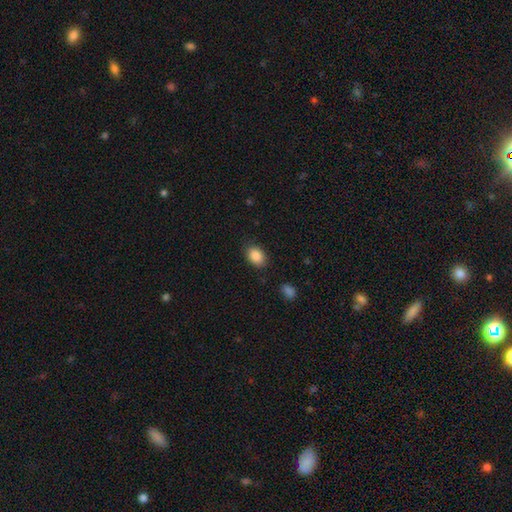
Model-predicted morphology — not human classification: Smooth or featured? Predicted: smooth (p=0.88). How rounded? Predicted: in between (p=0.78). Merging? Predicted: none (p=0.84).